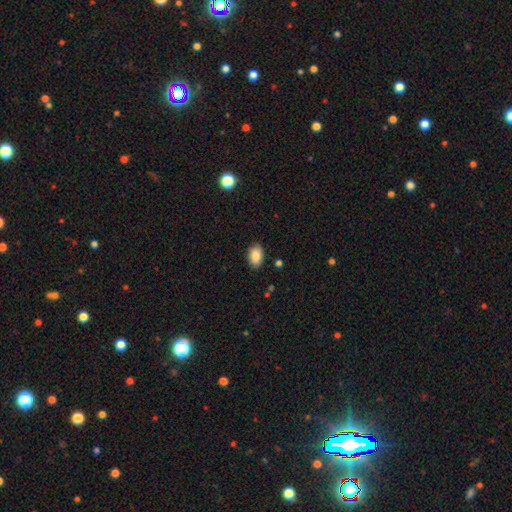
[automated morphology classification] A smooth galaxy with no disk features (86%) that is in between round and cigar-shaped (90%).

Vote fractions:
- Smooth or featured? smooth: 86% / star or artifact: 8% / featured or disk: 7%
- How rounded? in between: 90% / round: 8% / cigar-shaped: 1%
- Merging? none: 87% / minor disturbance: 10% / major disturbance: 2% / merger: 1%